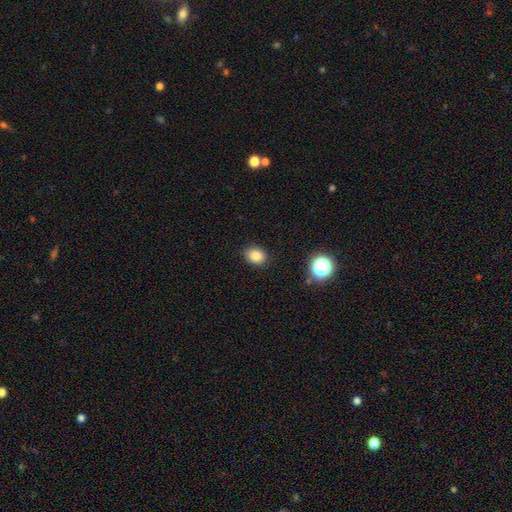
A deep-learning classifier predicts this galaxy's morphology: This is clearly a smooth galaxy (84%). How rounded: possibly in between (54%). Merging: clearly none (86%).